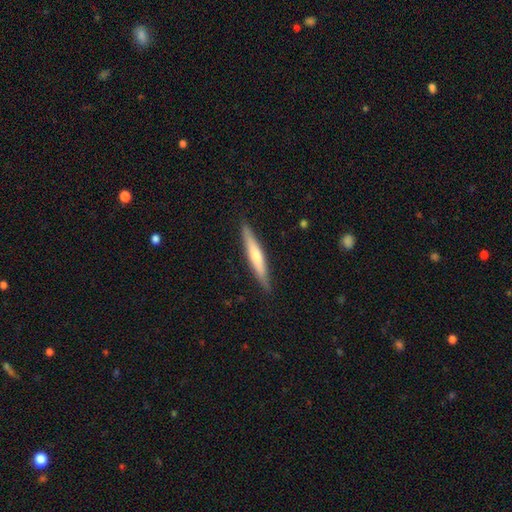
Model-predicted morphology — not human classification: smooth-or-featured: featured or disk: 50% | smooth: 45% | star or artifact: 6%
  merging: none: 90% | minor disturbance: 8% | major disturbance: 1% | merger: 1%